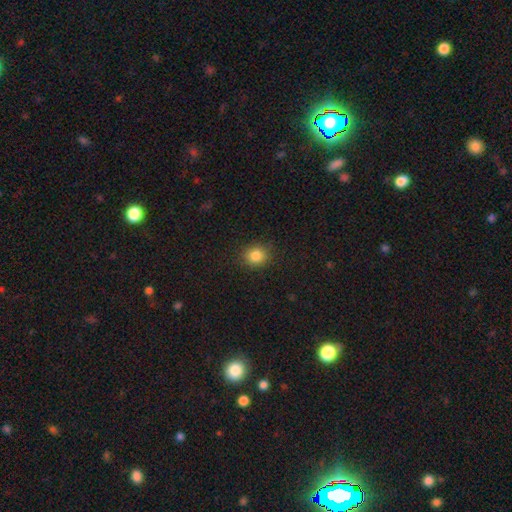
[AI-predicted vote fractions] Overall: smooth (84%). How rounded: round (79%). Merging: none (88%).